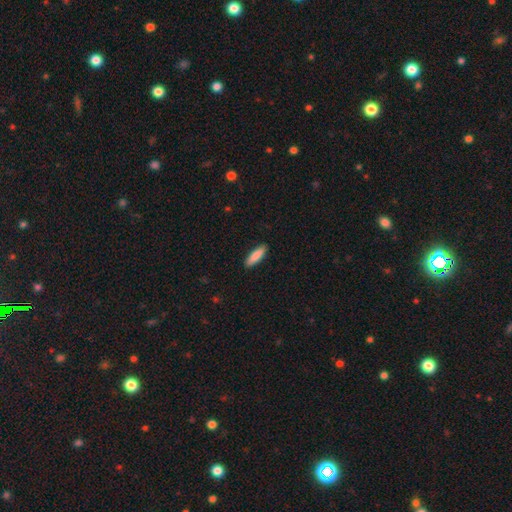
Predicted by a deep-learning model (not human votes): A smooth galaxy with no disk features (85%) that is cigar-shaped (61%). Merging: none (90%).